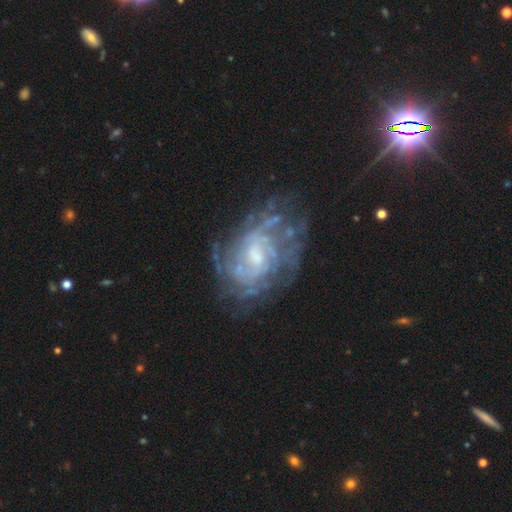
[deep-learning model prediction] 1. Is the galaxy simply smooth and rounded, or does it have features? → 83% featured or disk, 8% star or artifact, 8% smooth.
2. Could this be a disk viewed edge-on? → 97% no, 3% yes.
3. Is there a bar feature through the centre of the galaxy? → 46% weak, 45% no, 9% strong.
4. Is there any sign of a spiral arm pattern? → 85% yes, 15% no.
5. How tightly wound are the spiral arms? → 55% tight, 33% medium, 12% loose.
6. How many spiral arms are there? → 54% can't tell, 14% 2, 11% 3, 10% 4, 7% more than 4, 5% 1.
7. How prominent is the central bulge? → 43% small, 42% moderate, 10% none, 4% large, 1% dominant.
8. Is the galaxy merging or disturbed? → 62% none, 19% minor disturbance, 16% major disturbance, 3% merger.